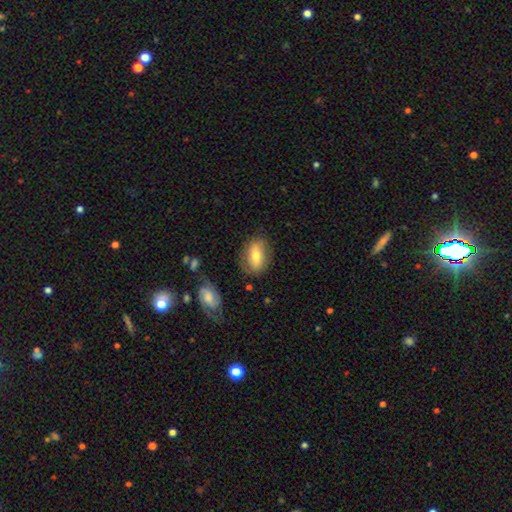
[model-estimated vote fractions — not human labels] Smooth or featured?
  - smooth: 67% *
  - featured or disk: 26%
  - star or artifact: 7%
How rounded?
  - in between: 85% *
  - round: 10%
  - cigar-shaped: 5%
Merging?
  - none: 76% *
  - minor disturbance: 16%
  - major disturbance: 5%
  - merger: 3%